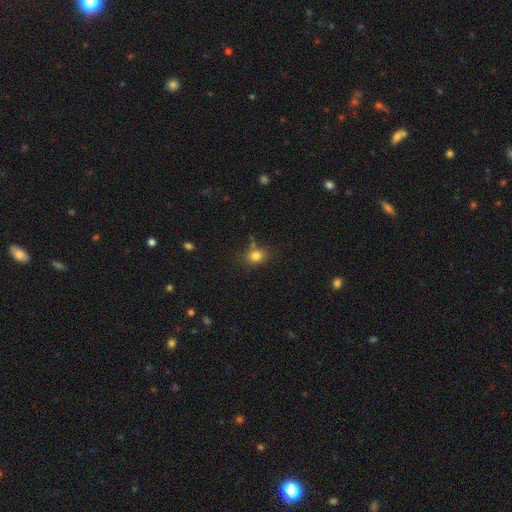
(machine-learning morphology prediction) A smooth galaxy with no disk features (80%) that is round (59%). Merging: none (71%).